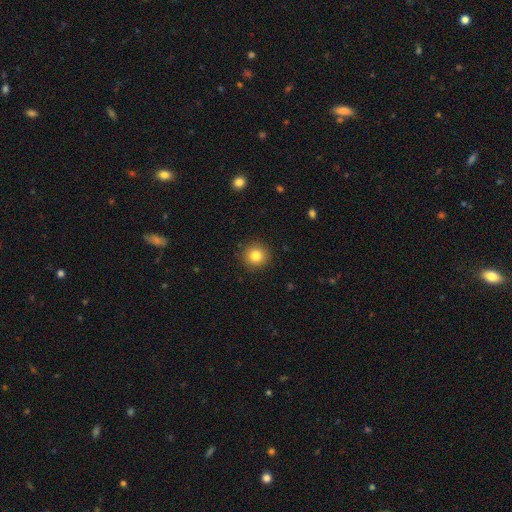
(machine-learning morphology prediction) Q: Smooth or featured?
A: smooth (82%); runner-up: star or artifact (11%)
Q: How rounded?
A: round (94%); runner-up: in between (5%)
Q: Merging?
A: none (91%); runner-up: minor disturbance (6%)